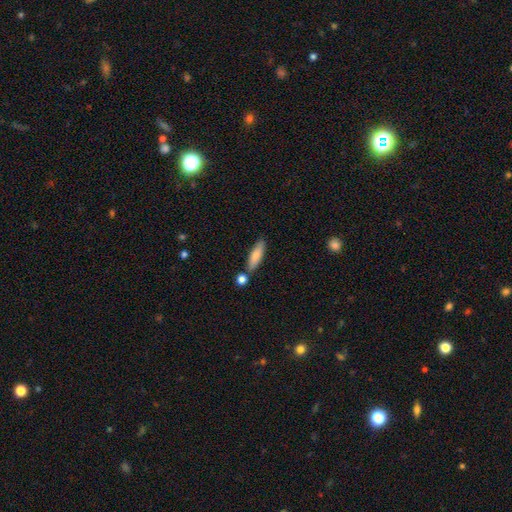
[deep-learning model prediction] Morphology: type=smooth (80%); roundness=cigar-shaped (56%); merging=none (74%).